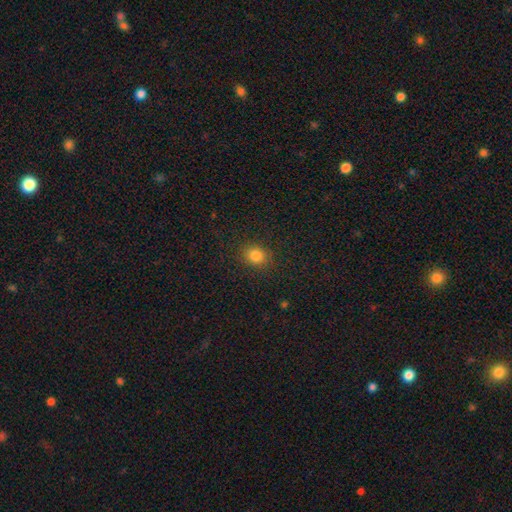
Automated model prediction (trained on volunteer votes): The model was most divided on "how rounded": round: 70%, in between: 29%, cigar-shaped: 1%. More confident: merging — none (88%); smooth or featured — smooth (84%).